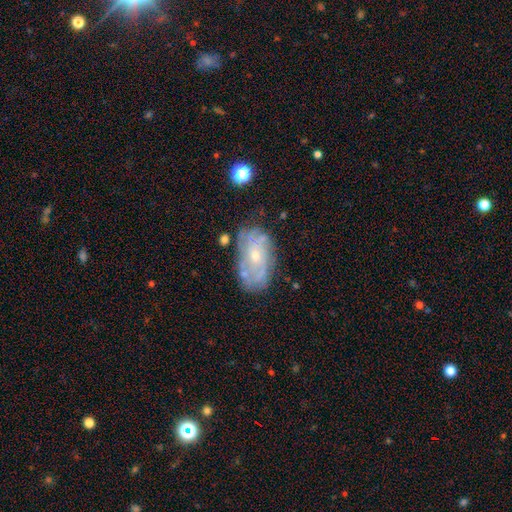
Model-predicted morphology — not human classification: featured or disk 72%, smooth 20%, star or artifact 8%. Down the decision tree: edge-on disk — no (95%); bar — no (76%); spiral arms — yes (75%); spiral arm count — can't tell (57%); spiral winding — tight (55%); bulge size — small (64%); merging — none (66%).